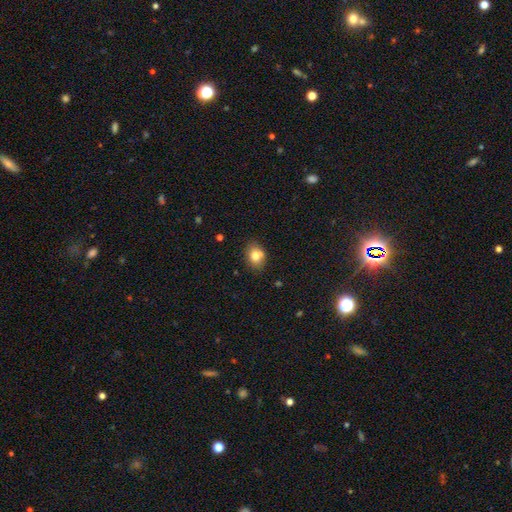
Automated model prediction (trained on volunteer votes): Morphology: type=smooth (79%); roundness=in between (52%); merging=none (72%).